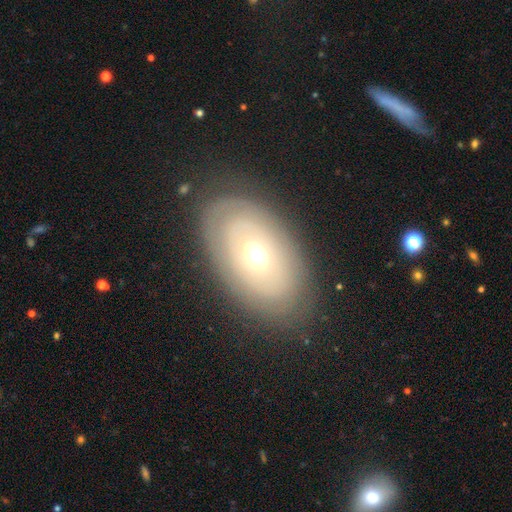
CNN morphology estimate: Smooth or featured: featured or disk — 57% (smooth — 35%)
Edge-on disk: no — 92% (yes — 8%)
Bar: no — 81% (weak — 15%)
Spiral arms: no — 58% (yes — 42%)
Bulge size: moderate — 67% (small — 23%)
Merging: none — 82% (minor disturbance — 12%)